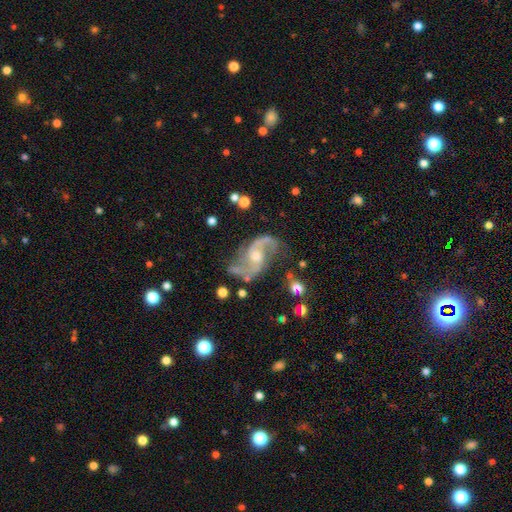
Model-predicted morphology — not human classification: Smooth or featured?
  - featured or disk: 90% *
  - star or artifact: 6%
  - smooth: 4%
Edge-on disk?
  - no: 97% *
  - yes: 3%
Bar?
  - no: 51% *
  - weak: 41%
  - strong: 8%
Spiral arms?
  - yes: 97% *
  - no: 3%
Spiral winding?
  - loose: 47% *
  - medium: 44%
  - tight: 9%
Spiral arm count?
  - 2: 92% *
  - can't tell: 3%
  - 1: 2%
  - 3: 2%
  - 4: 1%
  - more than 4: 1%
Bulge size?
  - moderate: 55% *
  - small: 31%
  - large: 7%
  - none: 6%
  - dominant: 1%
Merging?
  - none: 66% *
  - minor disturbance: 19%
  - major disturbance: 11%
  - merger: 4%